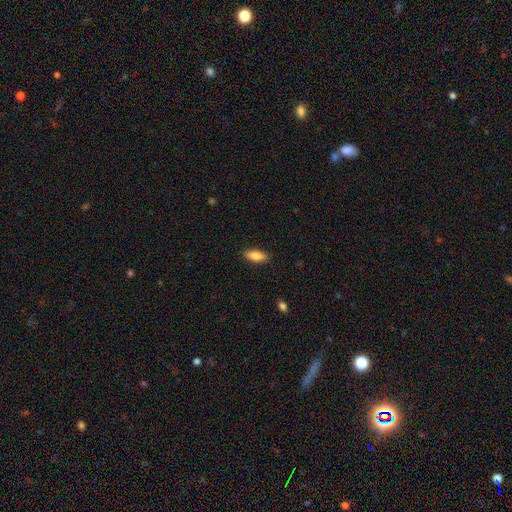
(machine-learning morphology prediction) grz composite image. It shows a smooth galaxy with no disk features (83%) that is in between round and cigar-shaped (71%). Merging: none (89%).